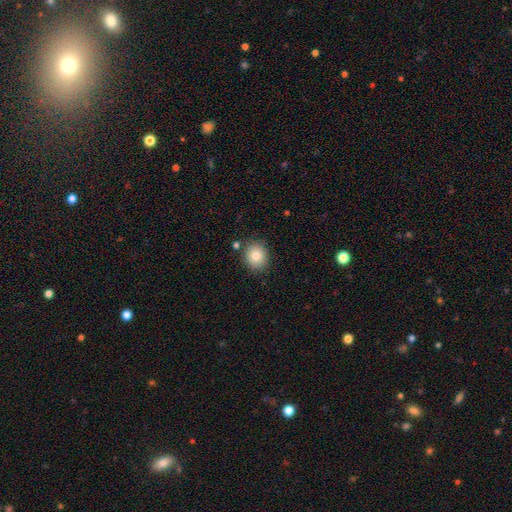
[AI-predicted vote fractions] Smooth or featured? Predicted: smooth (p=0.83). How rounded? Predicted: round (p=0.81). Merging? Predicted: none (p=0.84).